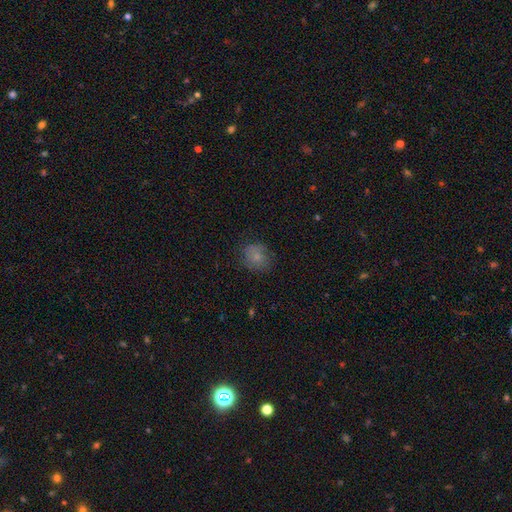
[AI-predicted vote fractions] Smooth or featured: smooth — 70% (featured or disk — 20%)
How rounded: round — 69% (in between — 30%)
Merging: none — 70% (minor disturbance — 21%)